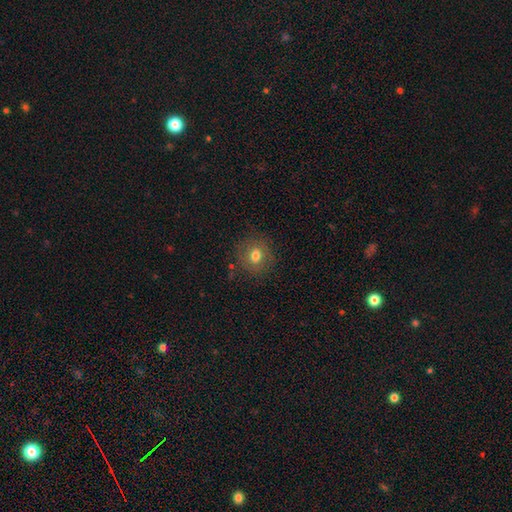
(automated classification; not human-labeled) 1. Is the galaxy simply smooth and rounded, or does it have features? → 74% smooth, 15% featured or disk, 11% star or artifact.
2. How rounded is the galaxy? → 82% round, 17% in between, 1% cigar-shaped.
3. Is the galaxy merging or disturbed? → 84% none, 10% minor disturbance, 4% major disturbance, 2% merger.